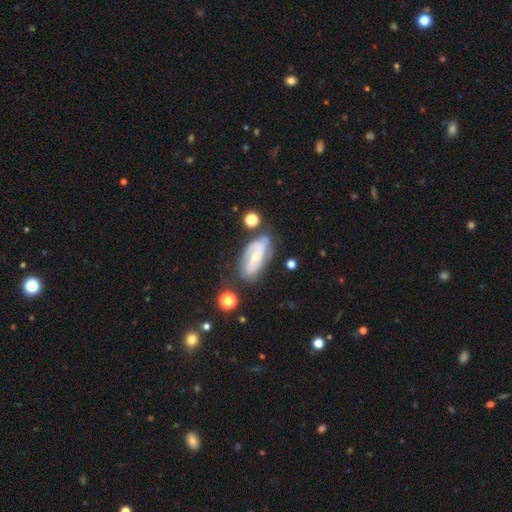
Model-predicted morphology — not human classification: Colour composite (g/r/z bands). It shows a featured or disk galaxy (73%) with no bar (51%), 2 (57%) tight (47%) spiral arms (87%) and a small central bulge (63%). Merging: none (66%).